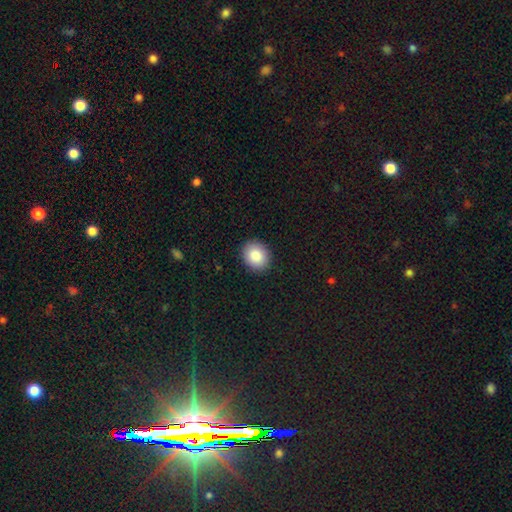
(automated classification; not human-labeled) smooth 88%, star or artifact 8%, featured or disk 5%. Down the decision tree: how rounded — round (55%); merging — none (90%).